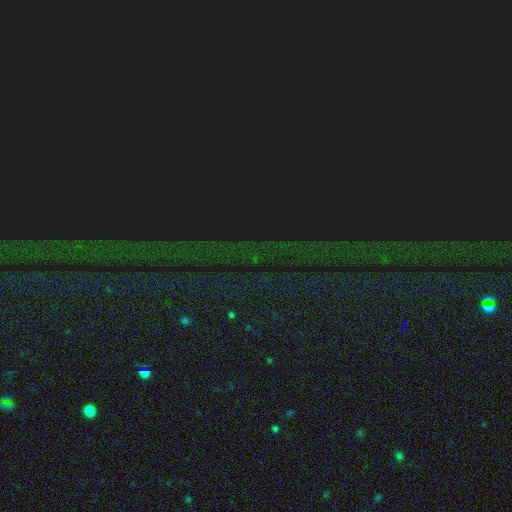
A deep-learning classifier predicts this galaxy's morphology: smooth_or_featured: star or artifact (p=0.86) [alt: smooth p=0.07]